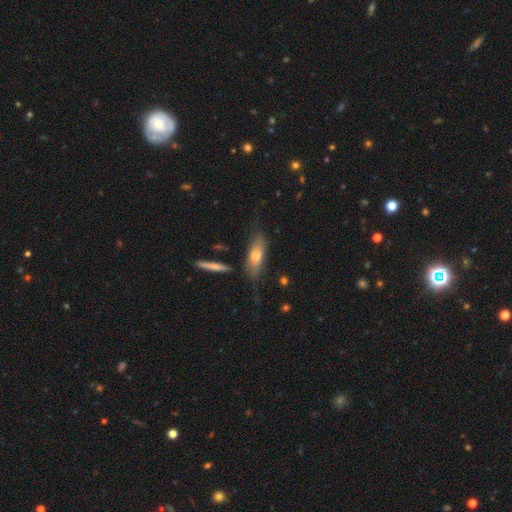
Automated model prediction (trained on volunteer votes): This appears to be a smooth galaxy with no disk features (60%) that is in between round and cigar-shaped (51%). Merging: none (65%).